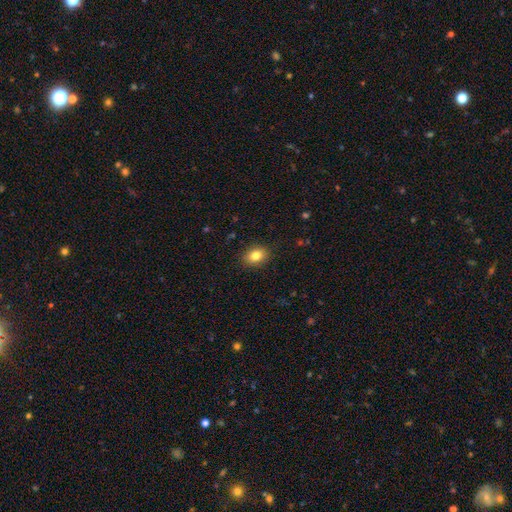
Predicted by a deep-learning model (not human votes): smooth-or-featured: smooth: 82% | star or artifact: 10% | featured or disk: 8%
  how-rounded: in between: 59% | round: 40% | cigar-shaped: 1%
  merging: none: 88% | minor disturbance: 9% | major disturbance: 2% | merger: 1%